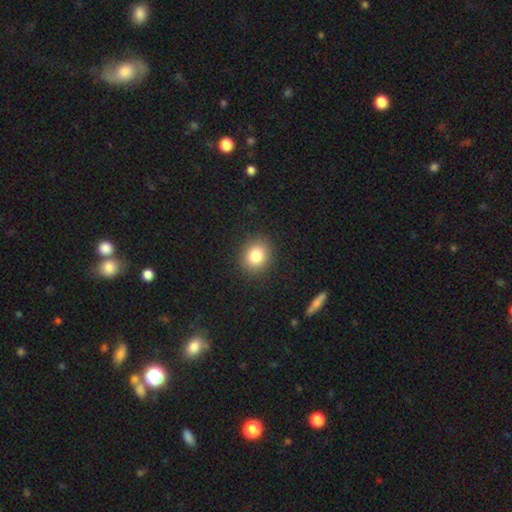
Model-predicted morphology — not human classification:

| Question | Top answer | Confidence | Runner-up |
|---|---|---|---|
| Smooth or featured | smooth | 82% | star or artifact (11%) |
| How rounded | round | 72% | in between (27%) |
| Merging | none | 90% | minor disturbance (7%) |